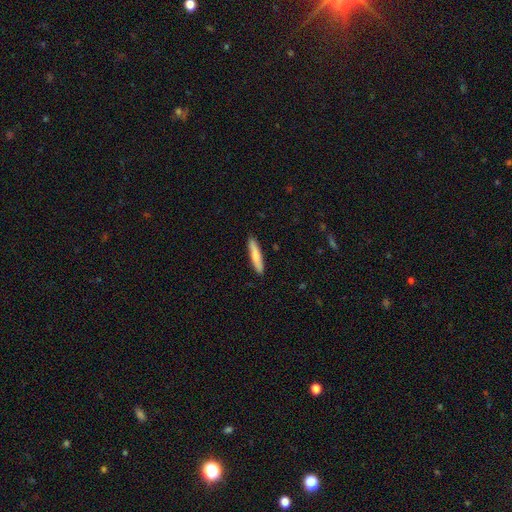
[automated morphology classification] Overall: smooth (76%). How rounded: cigar-shaped (90%). Merging: none (89%).